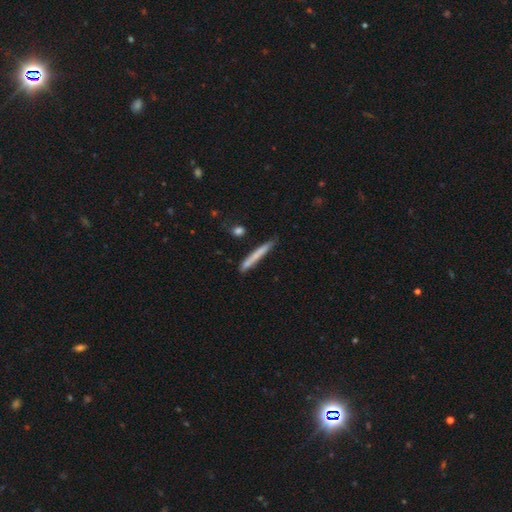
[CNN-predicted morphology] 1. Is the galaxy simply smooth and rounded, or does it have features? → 66% smooth, 28% featured or disk, 6% star or artifact.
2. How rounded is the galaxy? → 97% cigar-shaped, 2% in between, 1% round.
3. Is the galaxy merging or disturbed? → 83% none, 12% minor disturbance, 3% merger, 2% major disturbance.